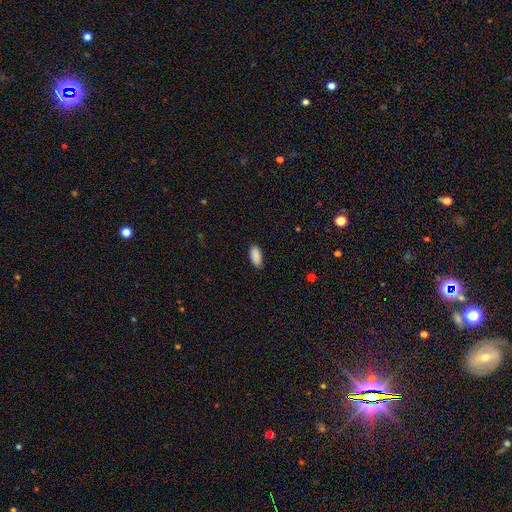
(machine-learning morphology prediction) smooth 90%, star or artifact 7%, featured or disk 3%. Down the decision tree: how rounded — in between (91%); merging — none (86%).